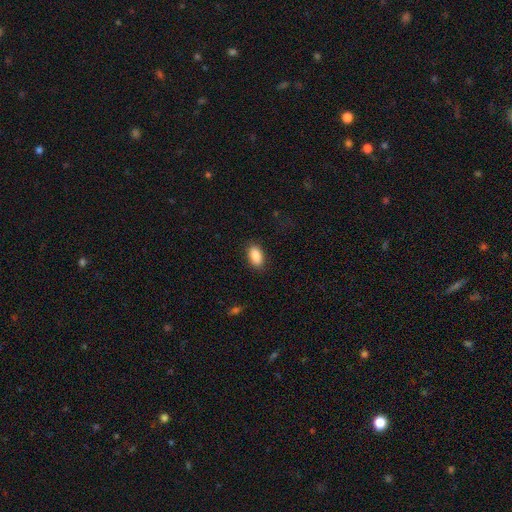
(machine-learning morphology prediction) A smooth galaxy with no disk features (89%) that is in between round and cigar-shaped (92%).

Vote fractions:
- Smooth or featured? smooth: 89% / star or artifact: 7% / featured or disk: 4%
- How rounded? in between: 92% / round: 5% / cigar-shaped: 2%
- Merging? none: 86% / minor disturbance: 10% / major disturbance: 3% / merger: 1%